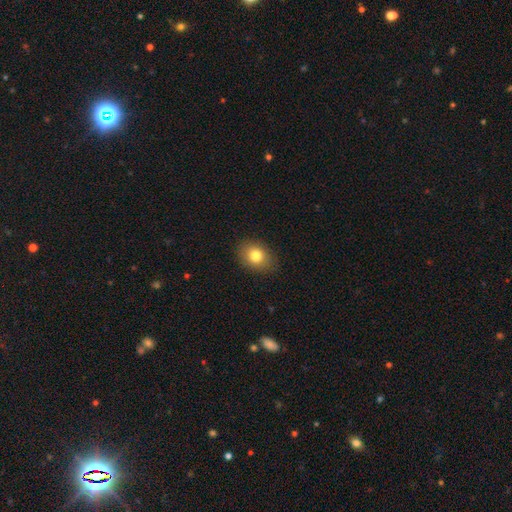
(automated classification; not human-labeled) smooth_or_featured: smooth (p=0.79) [alt: featured or disk p=0.11]
how_rounded: in between (p=0.64) [alt: round p=0.35]
merging: none (p=0.87) [alt: minor disturbance p=0.10]